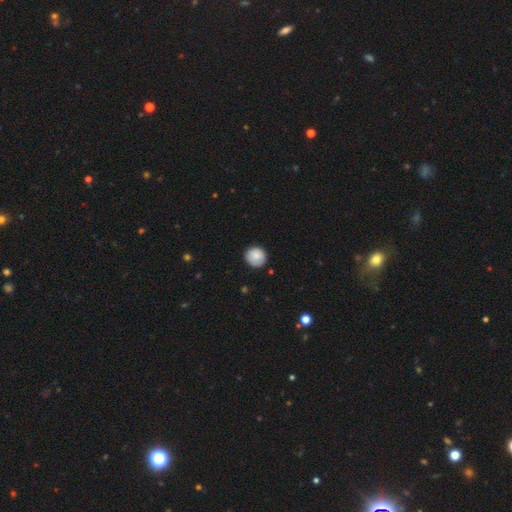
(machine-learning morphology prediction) A smooth galaxy with no disk features (86%) that is round (92%).

Vote fractions:
- Smooth or featured? smooth: 86% / star or artifact: 7% / featured or disk: 7%
- How rounded? round: 92% / in between: 8% / cigar-shaped: 1%
- Merging? none: 85% / minor disturbance: 12% / major disturbance: 2% / merger: 1%